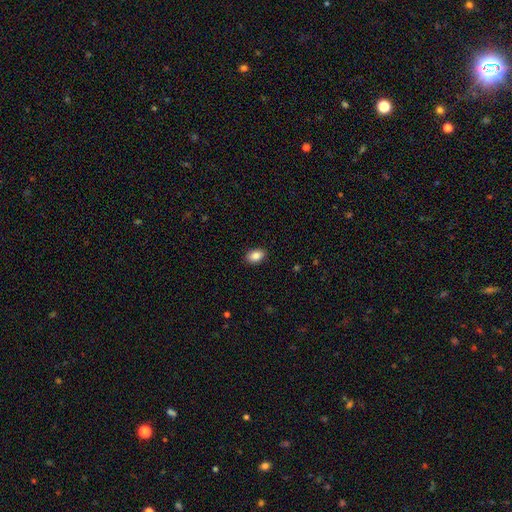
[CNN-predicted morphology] smooth_or_featured: smooth (p=0.87) [alt: star or artifact p=0.08]
how_rounded: in between (p=0.86) [alt: round p=0.13]
merging: none (p=0.89) [alt: minor disturbance p=0.08]